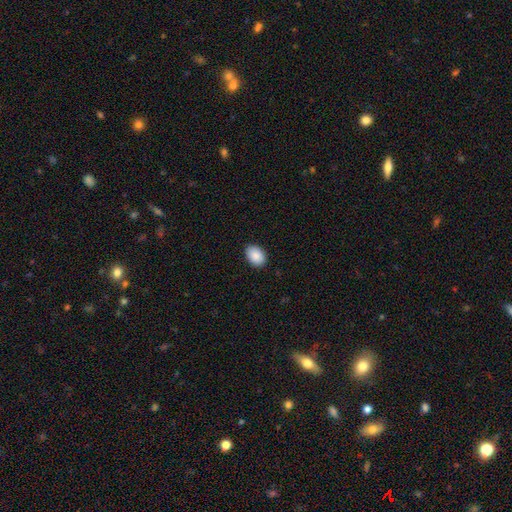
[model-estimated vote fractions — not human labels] Smooth or featured? Predicted: smooth (p=0.88). How rounded? Predicted: in between (p=0.80). Merging? Predicted: none (p=0.87).